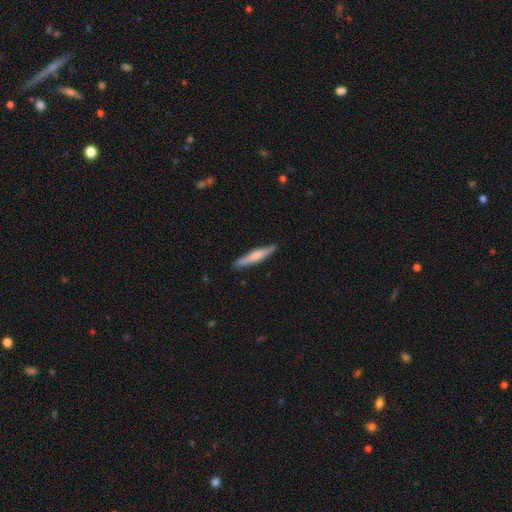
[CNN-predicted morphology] Q: Smooth or featured?
A: smooth (54%); runner-up: featured or disk (41%)
Q: How rounded?
A: cigar-shaped (92%); runner-up: in between (6%)
Q: Merging?
A: none (91%); runner-up: minor disturbance (7%)